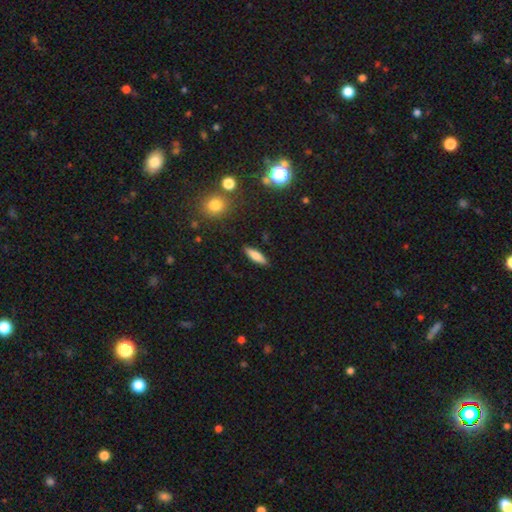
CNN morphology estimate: This appears to be a smooth galaxy with no disk features (78%) that is cigar-shaped (56%). Merging: none (88%).